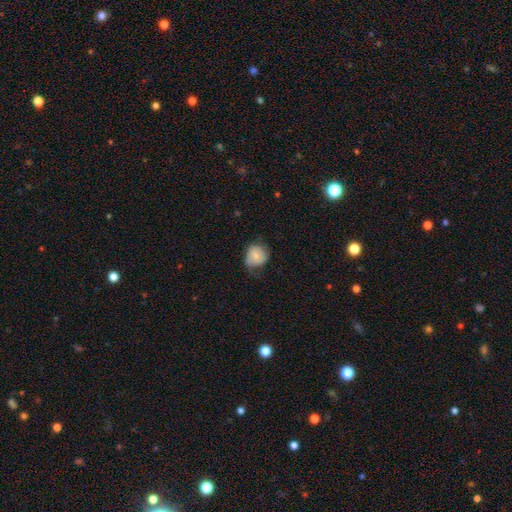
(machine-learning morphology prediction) smooth_or_featured: smooth (p=0.64) [alt: featured or disk p=0.28]
how_rounded: round (p=0.71) [alt: in between p=0.28]
merging: none (p=0.47) [alt: minor disturbance p=0.37]